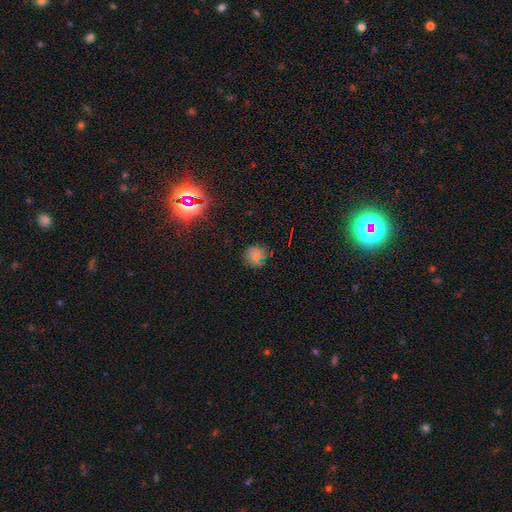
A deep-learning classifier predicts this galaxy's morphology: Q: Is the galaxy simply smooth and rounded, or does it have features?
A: smooth — 64%.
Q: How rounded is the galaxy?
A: round — 84%.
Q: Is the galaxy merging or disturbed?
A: none — 73%.